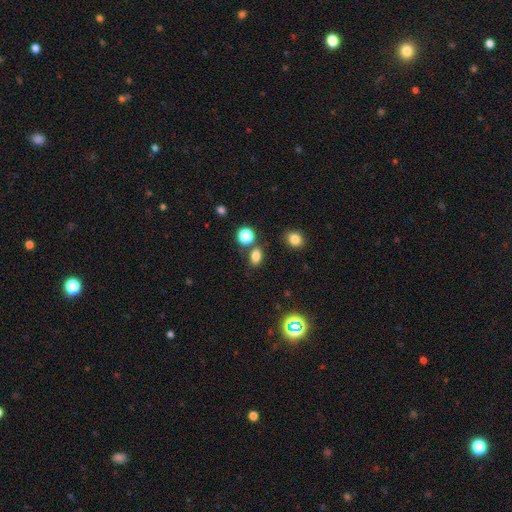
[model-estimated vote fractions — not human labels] smooth_or_featured: smooth (p=0.78) [alt: star or artifact p=0.16]
how_rounded: in between (p=0.75) [alt: round p=0.23]
merging: none (p=0.75) [alt: minor disturbance p=0.12]